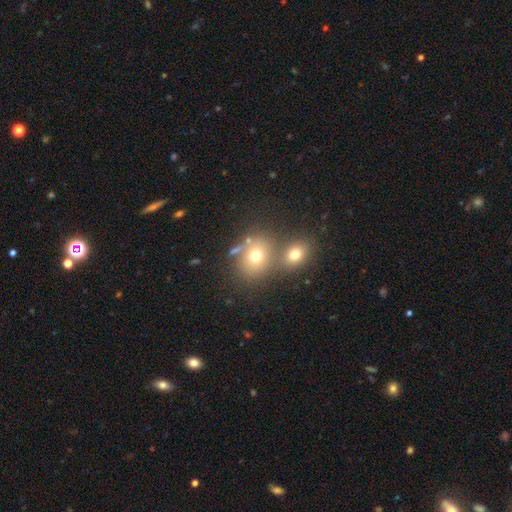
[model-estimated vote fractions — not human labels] Smooth or featured?
  - smooth: 69% *
  - star or artifact: 16%
  - featured or disk: 15%
How rounded?
  - round: 63% *
  - in between: 36%
  - cigar-shaped: 1%
Merging?
  - none: 51% *
  - merger: 35%
  - minor disturbance: 10%
  - major disturbance: 4%